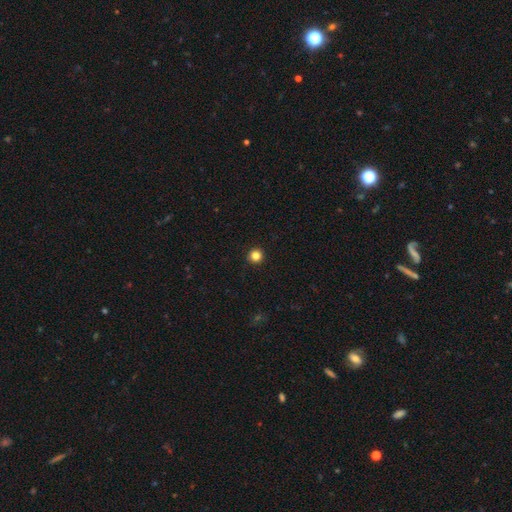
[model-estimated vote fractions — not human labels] This is clearly a smooth galaxy (84%). How rounded: clearly round (96%). Merging: clearly none (94%).